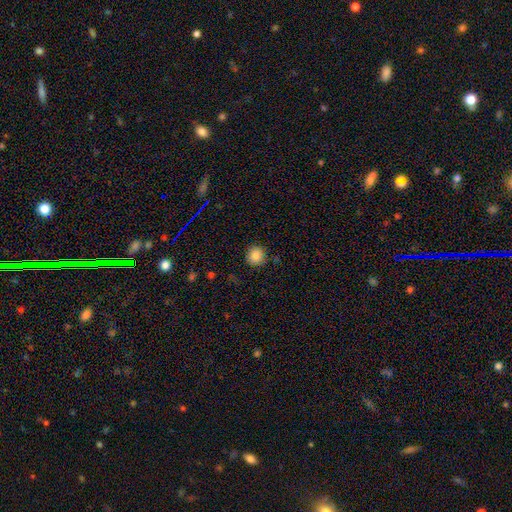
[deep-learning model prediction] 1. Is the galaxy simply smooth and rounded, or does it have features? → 85% smooth, 10% star or artifact, 4% featured or disk.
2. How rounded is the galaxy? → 90% round, 9% in between, 1% cigar-shaped.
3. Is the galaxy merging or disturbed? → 87% none, 9% minor disturbance, 2% major disturbance, 1% merger.